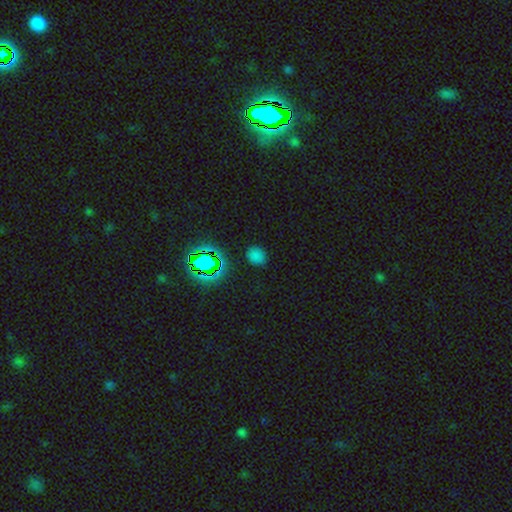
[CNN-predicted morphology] Q: Smooth or featured?
A: smooth (70%); runner-up: star or artifact (25%)
Q: How rounded?
A: round (72%); runner-up: in between (27%)
Q: Merging?
A: none (87%); runner-up: minor disturbance (9%)